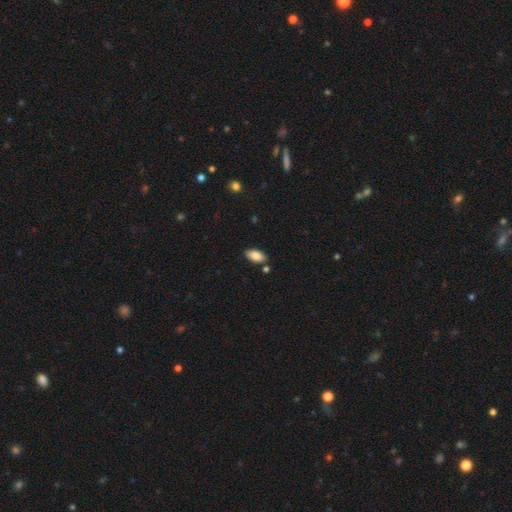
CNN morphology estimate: Smooth or featured? smooth (85%)
How rounded? in between (94%)
Merging? none (83%)